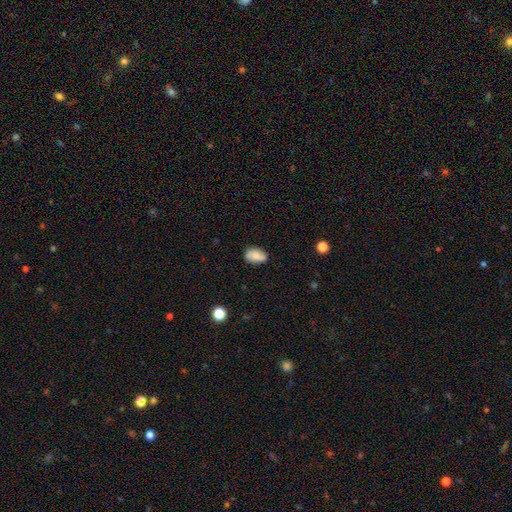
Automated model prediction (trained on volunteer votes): smooth_or_featured: smooth (p=0.74) [alt: featured or disk p=0.17]
how_rounded: in between (p=0.87) [alt: round p=0.11]
merging: none (p=0.77) [alt: minor disturbance p=0.18]